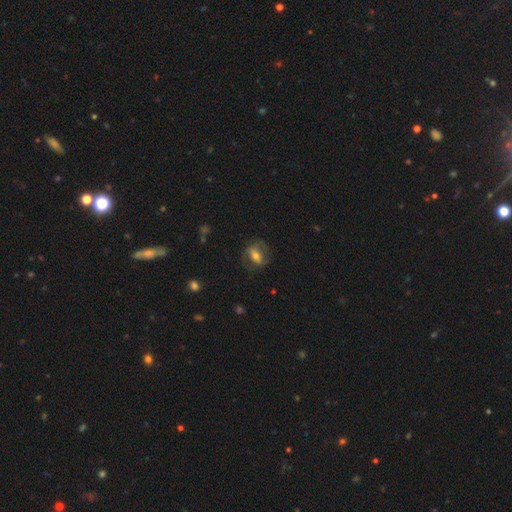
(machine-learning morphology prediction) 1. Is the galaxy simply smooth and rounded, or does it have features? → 52% featured or disk, 40% smooth, 8% star or artifact.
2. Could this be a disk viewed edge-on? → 93% no, 7% yes.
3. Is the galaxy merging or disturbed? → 64% none, 19% minor disturbance, 15% major disturbance, 1% merger.